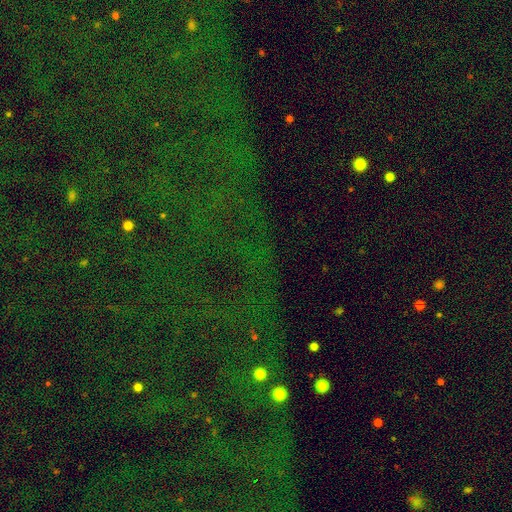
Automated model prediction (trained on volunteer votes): smooth-or-featured: star or artifact: 79% | smooth: 12% | featured or disk: 9%